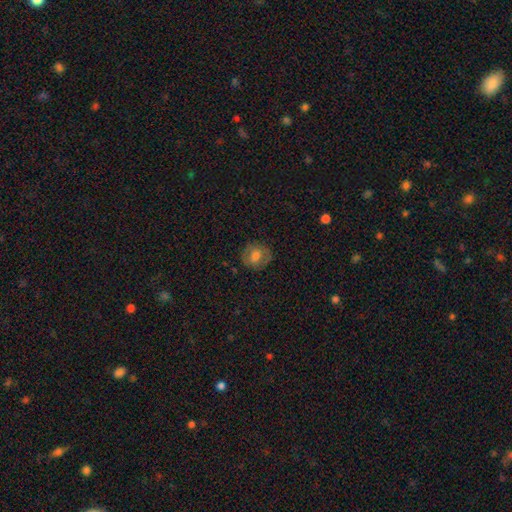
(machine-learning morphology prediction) smooth_or_featured: smooth (p=0.62) [alt: featured or disk p=0.29]
how_rounded: round (p=0.74) [alt: in between p=0.25]
merging: none (p=0.80) [alt: minor disturbance p=0.14]